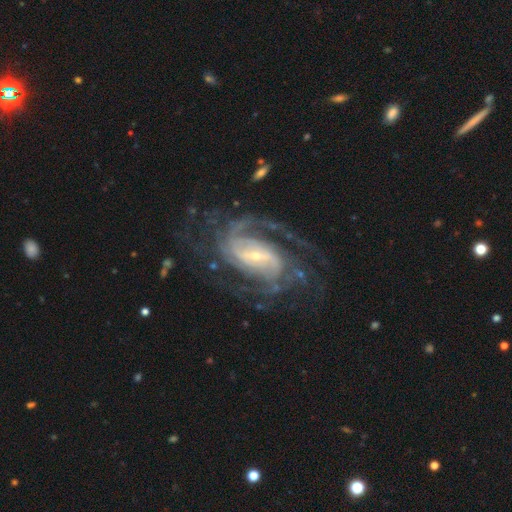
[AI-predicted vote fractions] Morphology: type=featured or disk (91%); edge-on=no (97%); bar=weak (42%); spiral arms=yes (98%); winding=medium (45%); arm count=2 (37%); bulge=small (70%); merging=none (67%).